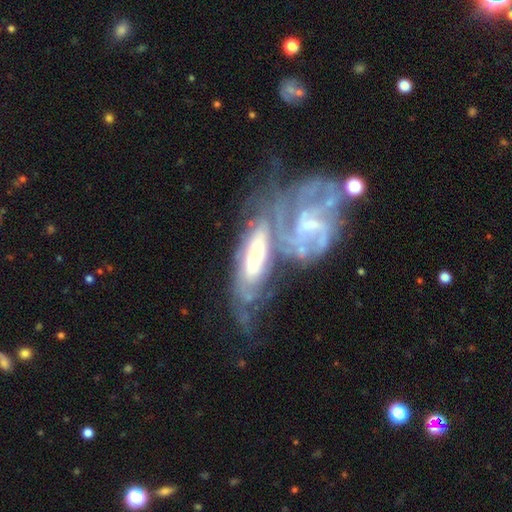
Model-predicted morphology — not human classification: Q: Smooth or featured?
A: featured or disk (73%); runner-up: smooth (20%)
Q: Edge-on disk?
A: no (84%); runner-up: yes (16%)
Q: Bar?
A: no (58%); runner-up: weak (27%)
Q: Spiral arms?
A: yes (83%); runner-up: no (17%)
Q: Spiral winding?
A: tight (60%); runner-up: medium (30%)
Q: Spiral arm count?
A: can't tell (50%); runner-up: 2 (19%)
Q: Bulge size?
A: moderate (42%); runner-up: small (39%)
Q: Merging?
A: merger (50%); runner-up: none (28%)